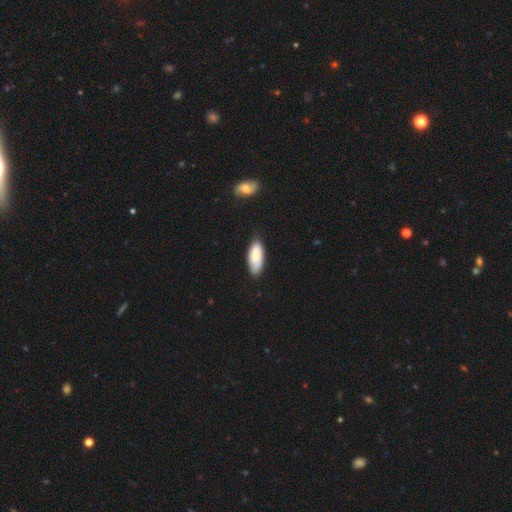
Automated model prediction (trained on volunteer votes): Overall: smooth (73%). How rounded: in between (83%). Merging: none (75%).